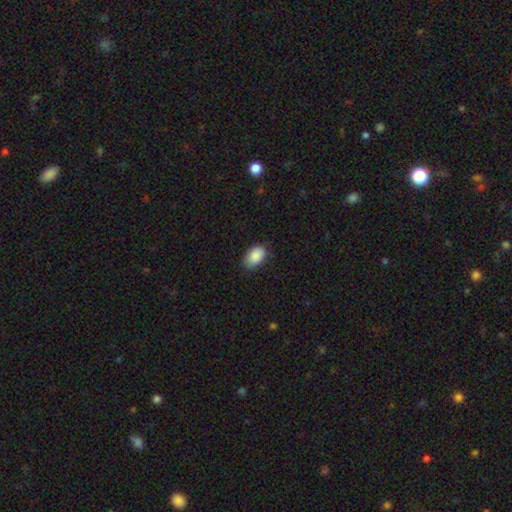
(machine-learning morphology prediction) This is clearly a smooth galaxy (89%). How rounded: clearly in between (89%). Merging: likely none (77%).